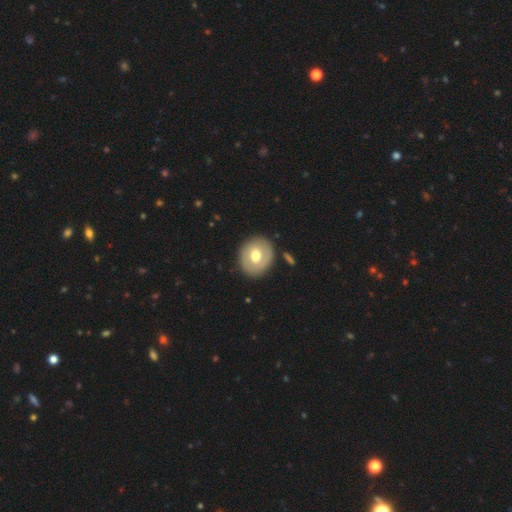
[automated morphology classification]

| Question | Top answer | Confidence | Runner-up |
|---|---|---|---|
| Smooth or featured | smooth | 56% | featured or disk (38%) |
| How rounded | round | 68% | in between (31%) |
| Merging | none | 85% | minor disturbance (10%) |